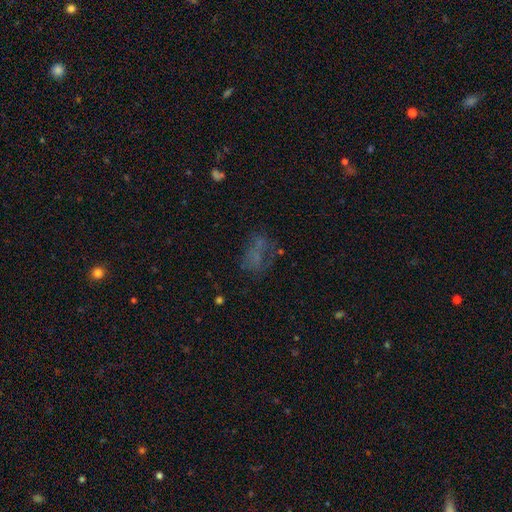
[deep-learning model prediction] Q: Smooth or featured?
A: smooth (44%); runner-up: featured or disk (32%)
Q: Merging?
A: none (46%); runner-up: major disturbance (26%)